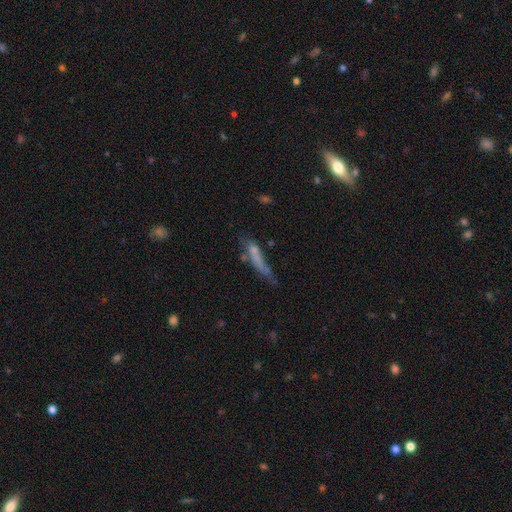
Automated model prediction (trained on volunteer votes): Q: Smooth or featured?
A: smooth (57%); runner-up: featured or disk (31%)
Q: How rounded?
A: cigar-shaped (80%); runner-up: in between (17%)
Q: Merging?
A: none (37%); runner-up: minor disturbance (25%)